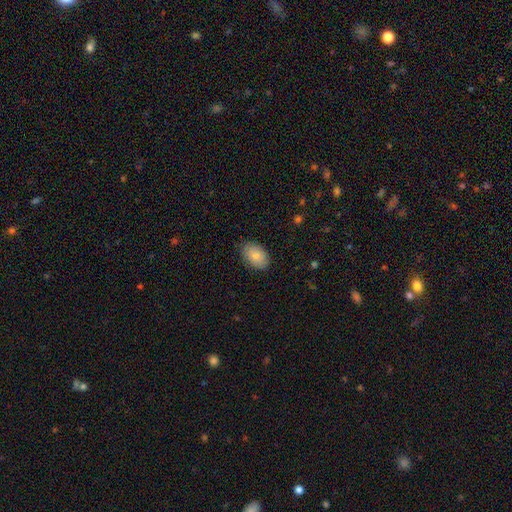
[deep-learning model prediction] smooth_or_featured: smooth (p=0.82) [alt: featured or disk p=0.11]
how_rounded: in between (p=0.89) [alt: round p=0.10]
merging: none (p=0.85) [alt: minor disturbance p=0.12]